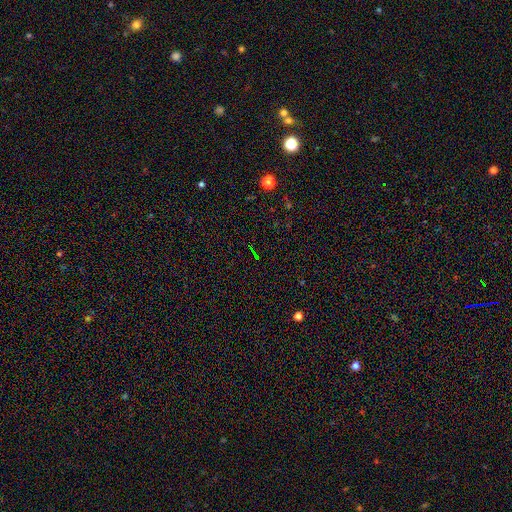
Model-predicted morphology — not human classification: Smooth or featured: star or artifact — 72% (smooth — 17%)